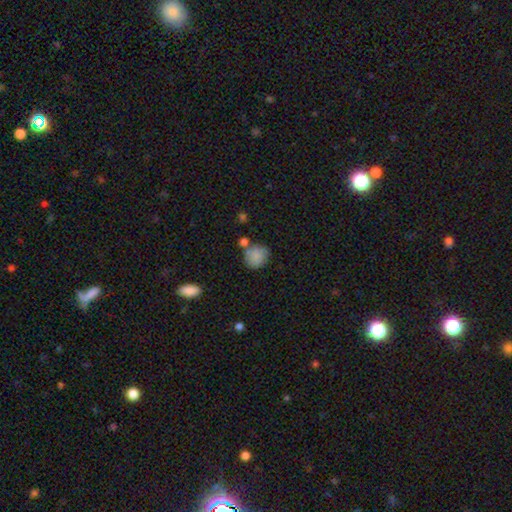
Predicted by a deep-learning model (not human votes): smooth_or_featured: smooth (p=0.86) [alt: star or artifact p=0.08]
how_rounded: round (p=0.76) [alt: in between p=0.23]
merging: none (p=0.66) [alt: minor disturbance p=0.16]